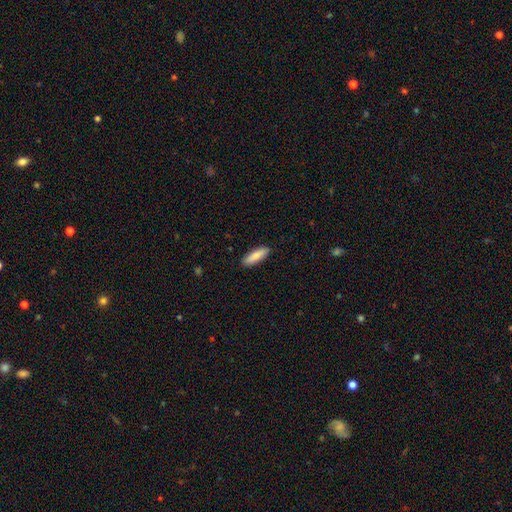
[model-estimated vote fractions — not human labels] Smooth or featured? smooth (82%)
How rounded? cigar-shaped (56%)
Merging? none (90%)